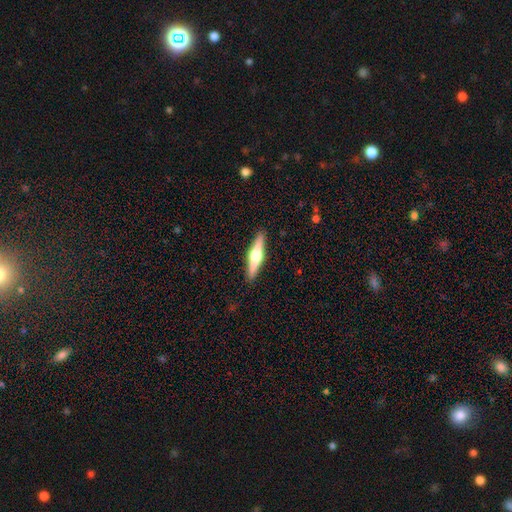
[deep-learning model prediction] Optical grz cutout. It shows a featured or disk galaxy (66%) viewed edge-on (98%) with a rounded central bulge (94%). Merging: none (91%).